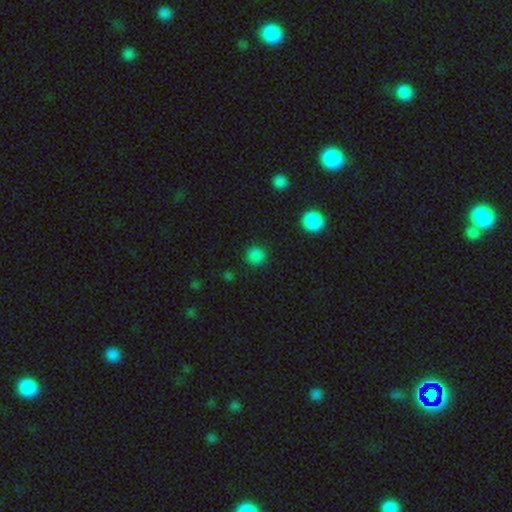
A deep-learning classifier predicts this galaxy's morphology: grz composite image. It shows a smooth galaxy with no disk features (84%) that is round (93%). Merging: none (90%).